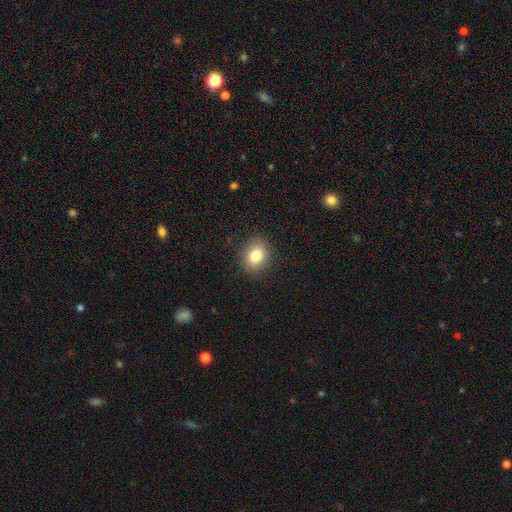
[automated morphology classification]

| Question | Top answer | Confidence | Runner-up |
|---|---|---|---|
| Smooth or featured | smooth | 82% | star or artifact (10%) |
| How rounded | round | 52% | in between (47%) |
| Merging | none | 88% | minor disturbance (8%) |